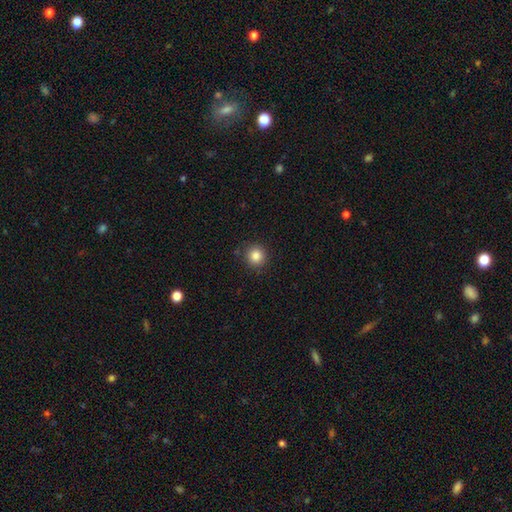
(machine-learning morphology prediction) type=smooth (85%); roundness=round (93%); merging=none (88%).